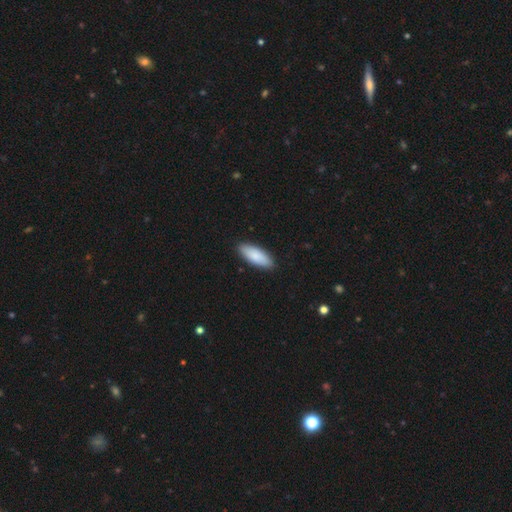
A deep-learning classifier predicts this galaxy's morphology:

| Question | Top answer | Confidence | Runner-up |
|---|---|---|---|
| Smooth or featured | smooth | 87% | featured or disk (8%) |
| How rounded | in between | 72% | cigar-shaped (26%) |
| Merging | none | 89% | minor disturbance (8%) |